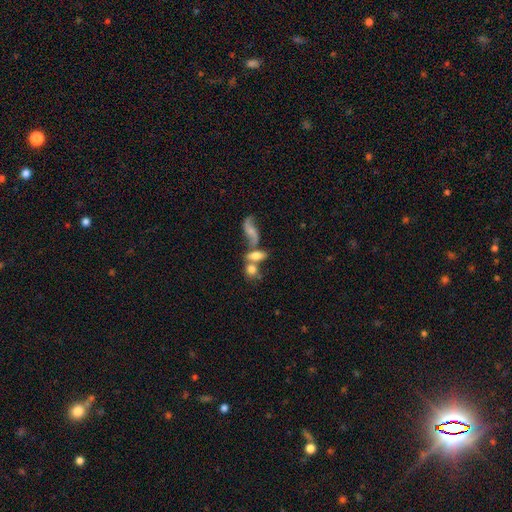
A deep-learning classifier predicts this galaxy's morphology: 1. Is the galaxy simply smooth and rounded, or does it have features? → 58% smooth, 32% featured or disk, 10% star or artifact.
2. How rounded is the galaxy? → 67% in between, 24% round, 9% cigar-shaped.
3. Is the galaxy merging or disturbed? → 52% merger, 29% none, 11% minor disturbance, 8% major disturbance.